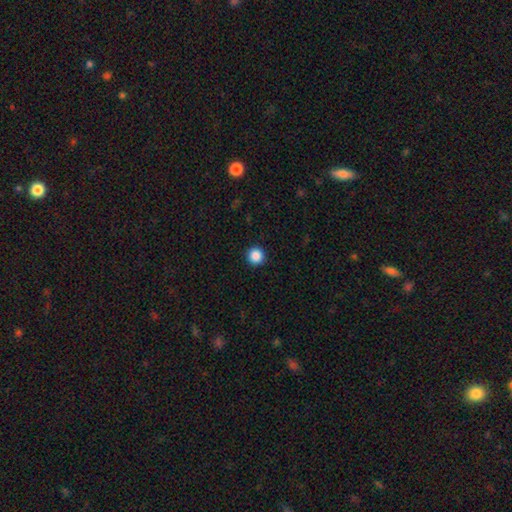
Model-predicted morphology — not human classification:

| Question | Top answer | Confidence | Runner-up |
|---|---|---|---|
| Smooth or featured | smooth | 87% | star or artifact (10%) |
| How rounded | round | 96% | in between (3%) |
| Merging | none | 93% | minor disturbance (4%) |